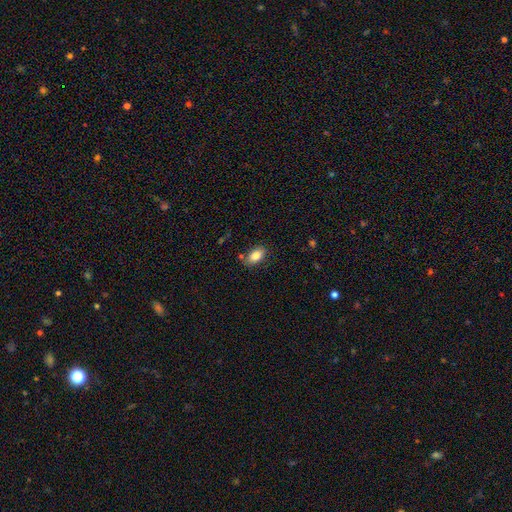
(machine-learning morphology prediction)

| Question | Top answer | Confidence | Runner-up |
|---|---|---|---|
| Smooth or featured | smooth | 83% | featured or disk (9%) |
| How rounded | in between | 91% | round (7%) |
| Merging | none | 80% | minor disturbance (13%) |